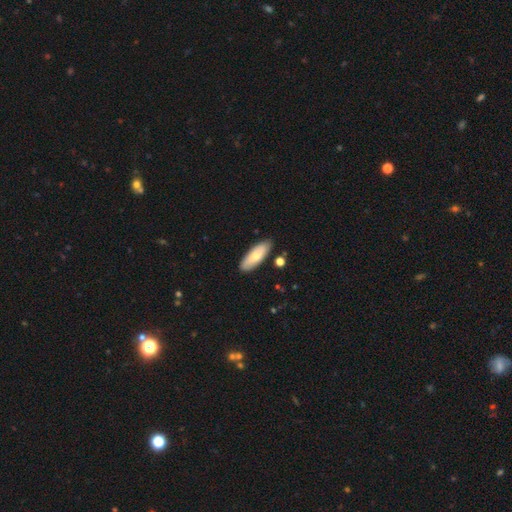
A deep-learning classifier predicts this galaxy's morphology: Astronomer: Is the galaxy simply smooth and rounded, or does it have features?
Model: smooth — 72%.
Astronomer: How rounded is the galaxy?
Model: in between — 69%.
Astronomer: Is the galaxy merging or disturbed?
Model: none — 85%.